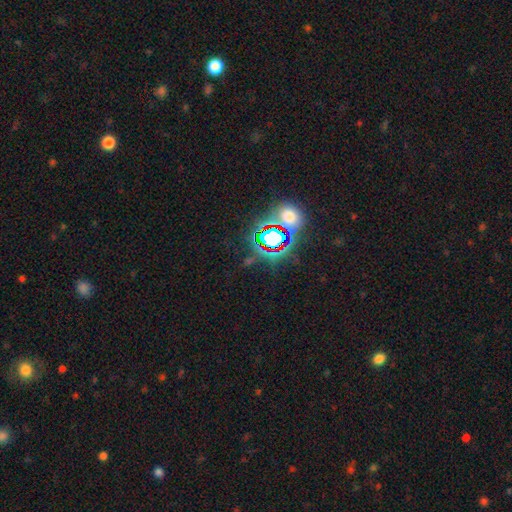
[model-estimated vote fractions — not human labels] Smooth or featured? Predicted: star or artifact (p=0.79).